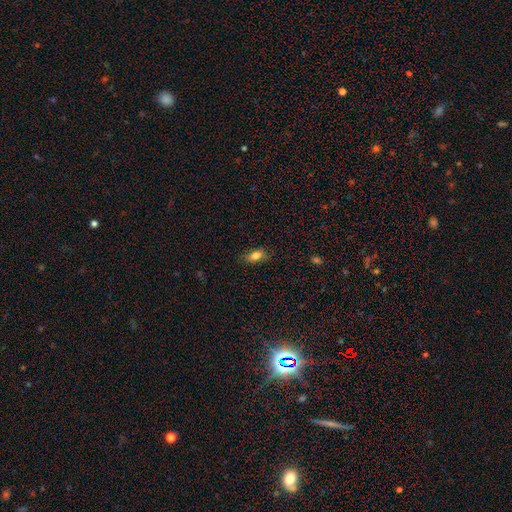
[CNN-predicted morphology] smooth-or-featured: smooth: 80% | featured or disk: 10% | star or artifact: 10%
  how-rounded: in between: 84% | cigar-shaped: 9% | round: 7%
  merging: none: 79% | minor disturbance: 16% | major disturbance: 4% | merger: 1%